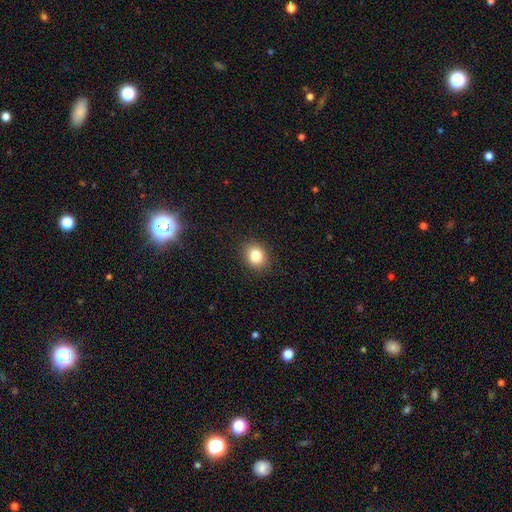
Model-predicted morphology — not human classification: This is clearly a smooth galaxy (83%). How rounded: possibly round (59%). Merging: clearly none (90%).